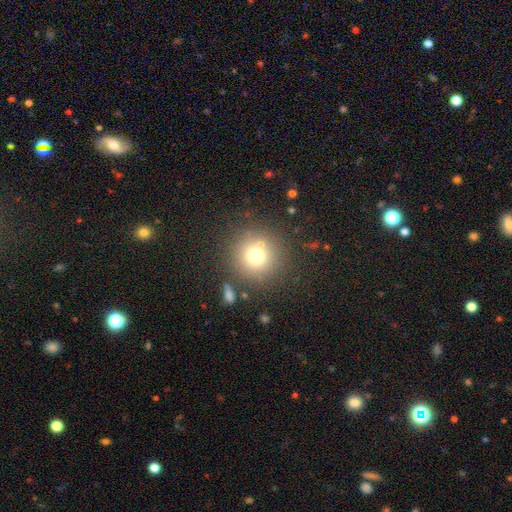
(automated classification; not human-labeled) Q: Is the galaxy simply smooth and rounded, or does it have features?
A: smooth — 71%.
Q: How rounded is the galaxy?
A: round — 95%.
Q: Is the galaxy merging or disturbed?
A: none — 79%.